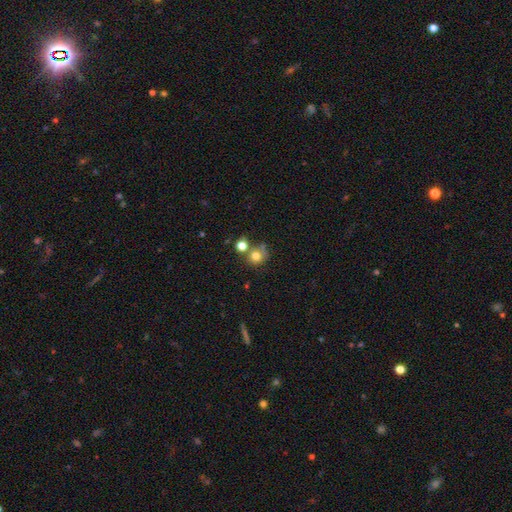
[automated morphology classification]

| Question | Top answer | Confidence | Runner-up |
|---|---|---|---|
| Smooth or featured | smooth | 76% | star or artifact (14%) |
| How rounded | round | 84% | in between (15%) |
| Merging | none | 54% | merger (26%) |